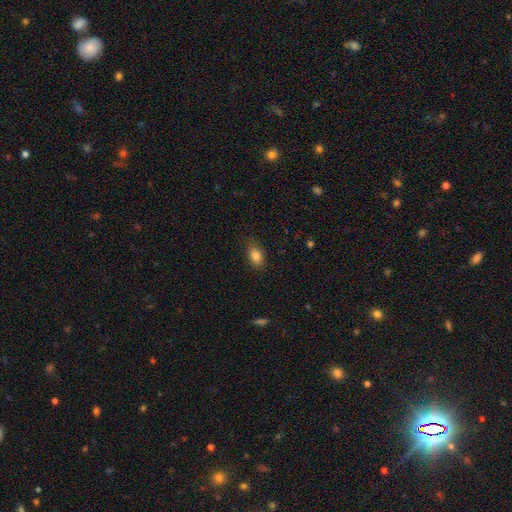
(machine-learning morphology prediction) Overall: smooth (84%). How rounded: in between (85%). Merging: none (77%).